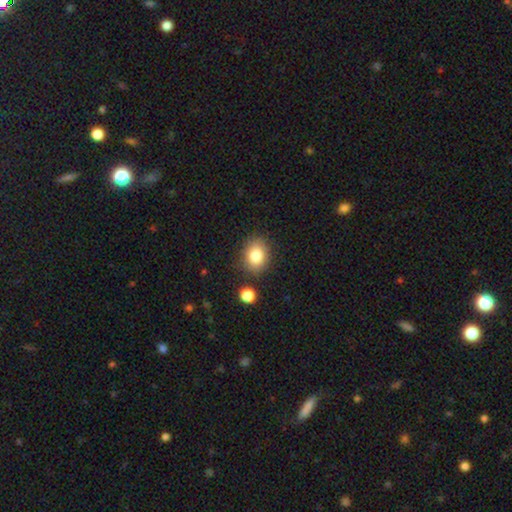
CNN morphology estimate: Smooth or featured?
  - smooth: 82% *
  - star or artifact: 10%
  - featured or disk: 8%
How rounded?
  - round: 50% *
  - in between: 49%
  - cigar-shaped: 1%
Merging?
  - none: 82% *
  - minor disturbance: 11%
  - merger: 4%
  - major disturbance: 3%